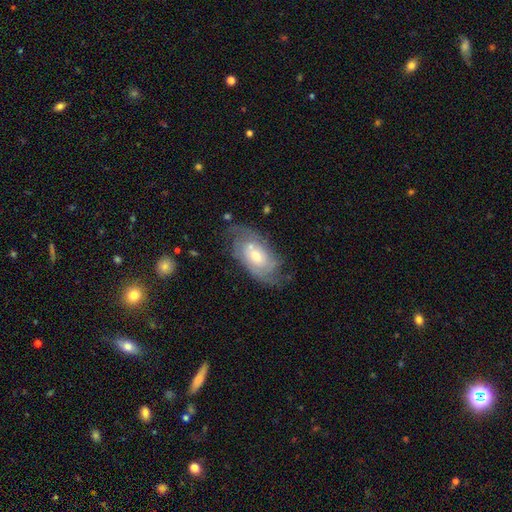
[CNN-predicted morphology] featured or disk 78%, smooth 16%, star or artifact 6%. Down the decision tree: edge-on disk — no (95%); bar — no (66%); spiral arms — yes (91%); spiral arm count — 2 (48%); spiral winding — tight (54%); bulge size — moderate (65%); merging — none (66%).